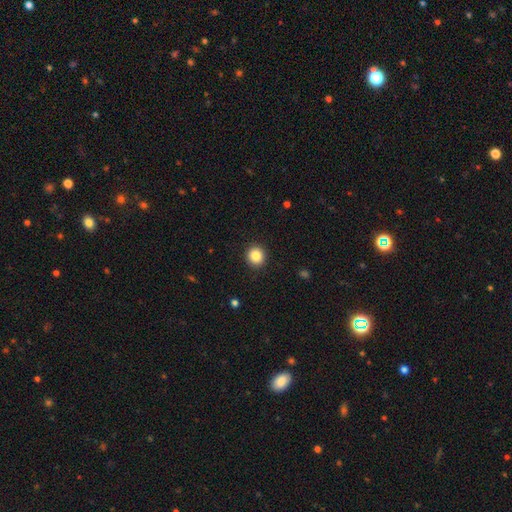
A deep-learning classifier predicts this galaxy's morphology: Smooth or featured? Predicted: smooth (p=0.86). How rounded? Predicted: round (p=0.88). Merging? Predicted: none (p=0.92).